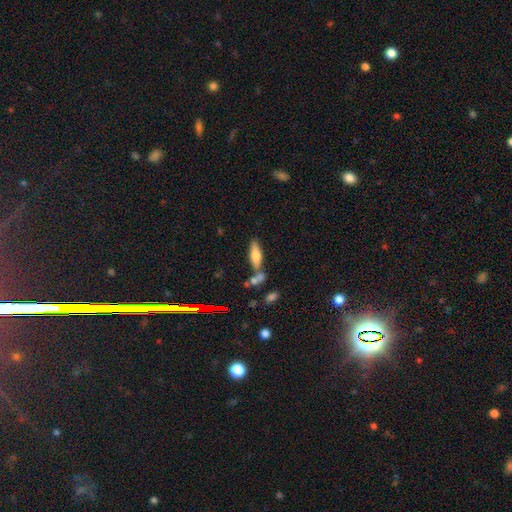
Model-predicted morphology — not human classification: smooth-or-featured: smooth: 64% | featured or disk: 27% | star or artifact: 9%
  how-rounded: in between: 50% | cigar-shaped: 48% | round: 2%
  merging: none: 59% | merger: 22% | minor disturbance: 15% | major disturbance: 5%